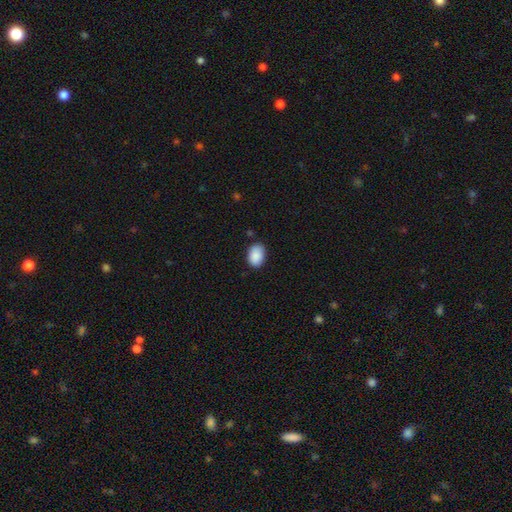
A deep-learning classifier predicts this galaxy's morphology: Smooth or featured?
  - smooth: 90% *
  - star or artifact: 7%
  - featured or disk: 3%
How rounded?
  - in between: 83% *
  - round: 16%
  - cigar-shaped: 1%
Merging?
  - none: 80% *
  - minor disturbance: 16%
  - major disturbance: 3%
  - merger: 2%